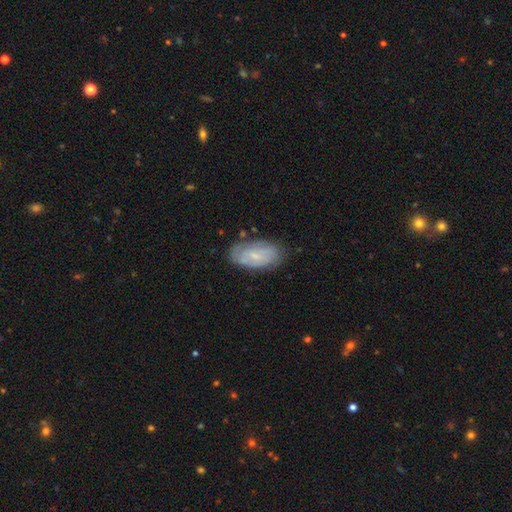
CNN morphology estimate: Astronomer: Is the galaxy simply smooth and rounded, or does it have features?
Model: featured or disk — 50% (runner-up: smooth, 43%).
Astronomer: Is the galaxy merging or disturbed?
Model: none — 73%.